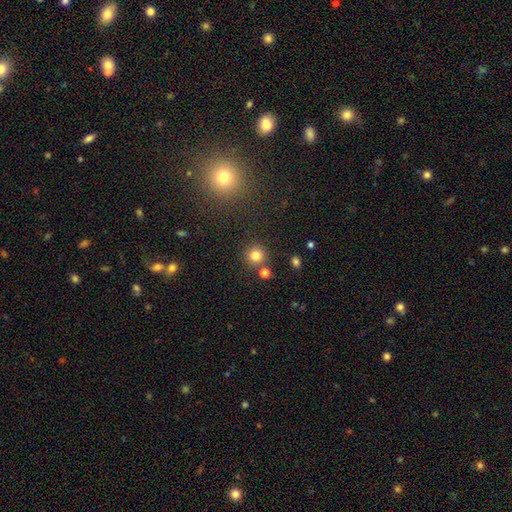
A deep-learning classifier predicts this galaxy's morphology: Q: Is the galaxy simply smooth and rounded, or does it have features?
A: smooth — 80%.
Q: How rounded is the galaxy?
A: round — 93%.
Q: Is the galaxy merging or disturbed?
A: none — 81%.